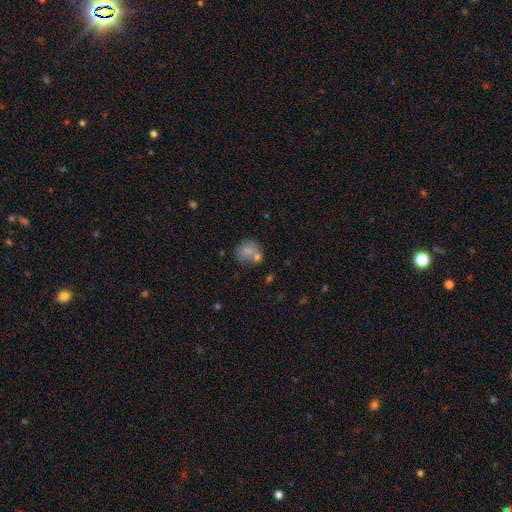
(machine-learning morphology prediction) The model was most divided on "merging": none: 54%, merger: 24%, minor disturbance: 15%, major disturbance: 7%. More confident: how rounded — round (78%); smooth or featured — smooth (69%).